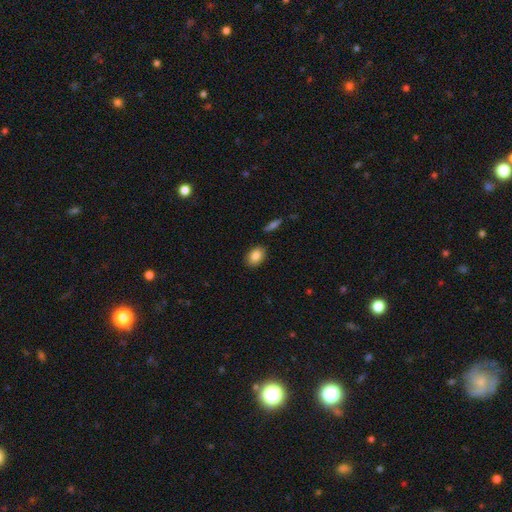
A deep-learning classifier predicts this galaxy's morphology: The model was most divided on "how rounded": in between: 80%, round: 18%, cigar-shaped: 1%. More confident: merging — none (88%); smooth or featured — smooth (85%).